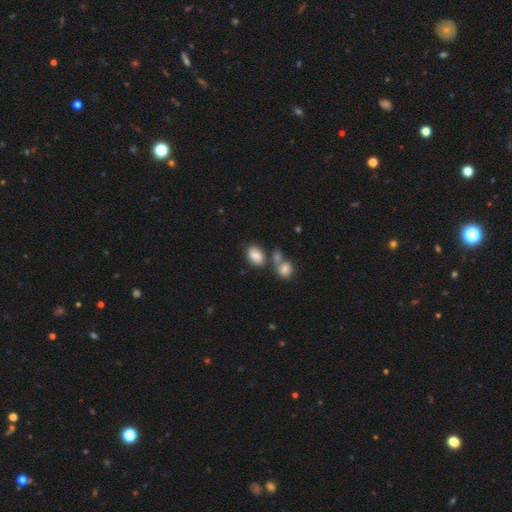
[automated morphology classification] Smooth or featured: smooth — 85% (star or artifact — 8%)
How rounded: in between — 84% (round — 14%)
Merging: none — 50% (merger — 32%)